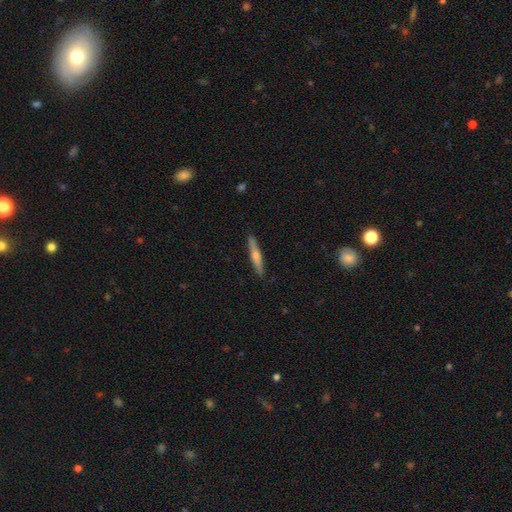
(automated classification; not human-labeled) Q: Smooth or featured?
A: featured or disk (56%); runner-up: smooth (37%)
Q: Edge-on disk?
A: yes (95%); runner-up: no (5%)
Q: Edge-on bulge?
A: rounded (81%); runner-up: none (13%)
Q: Merging?
A: none (89%); runner-up: minor disturbance (8%)